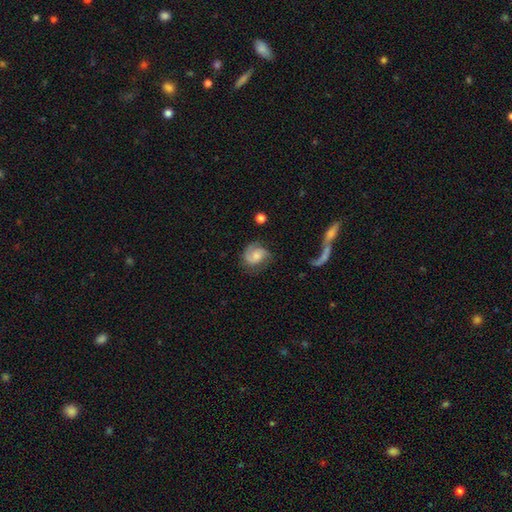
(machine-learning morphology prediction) A featured or disk galaxy (68%) with no bar (62%), 2 (71%) medium (44%) spiral arms (93%) and a moderate central bulge (44%).

Vote fractions:
- Smooth or featured? featured or disk: 68% / smooth: 25% / star or artifact: 7%
- Edge-on disk? no: 97% / yes: 3%
- Bar? no: 62% / weak: 32% / strong: 6%
- Spiral arms? yes: 93% / no: 7%
- Spiral winding? medium: 44% / tight: 29% / loose: 27%
- Spiral arm count? 2: 71% / 1: 16% / can't tell: 7% / 3: 3% / 4: 1% / more than 4: 1%
- Bulge size? moderate: 44% / small: 32% / none: 13% / large: 9% / dominant: 2%
- Merging? none: 62% / minor disturbance: 21% / major disturbance: 14% / merger: 3%